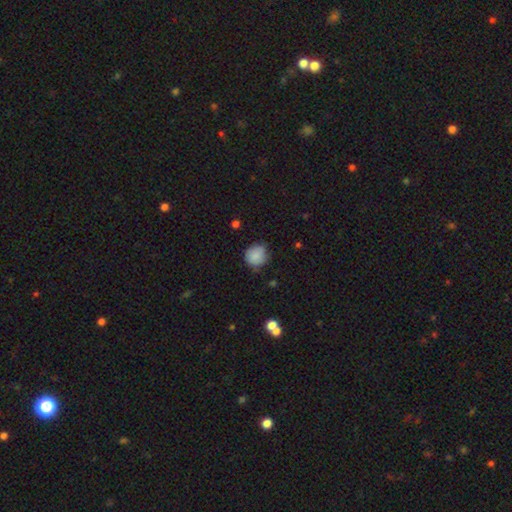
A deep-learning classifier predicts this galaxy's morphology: The model was most divided on "merging": none: 67%, minor disturbance: 26%, major disturbance: 5%, merger: 2%. More confident: how rounded — round (87%); smooth or featured — smooth (85%).